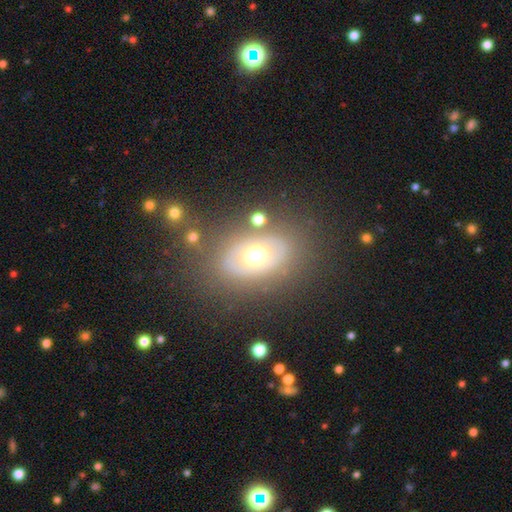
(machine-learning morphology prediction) smooth_or_featured: featured or disk (p=0.48) [alt: smooth p=0.42]
merging: none (p=0.78) [alt: minor disturbance p=0.12]